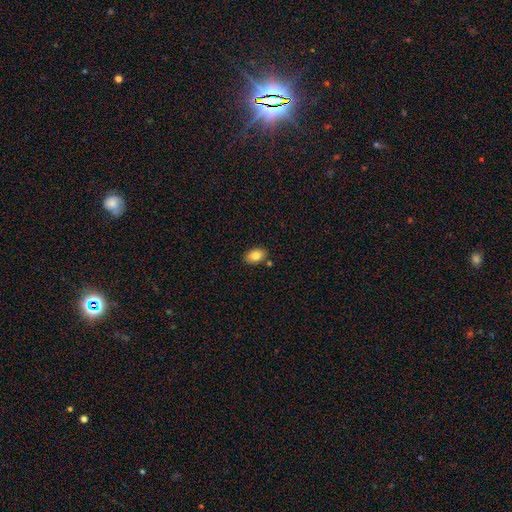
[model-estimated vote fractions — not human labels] This is clearly a smooth galaxy (83%). How rounded: clearly in between (89%). Merging: clearly none (84%).